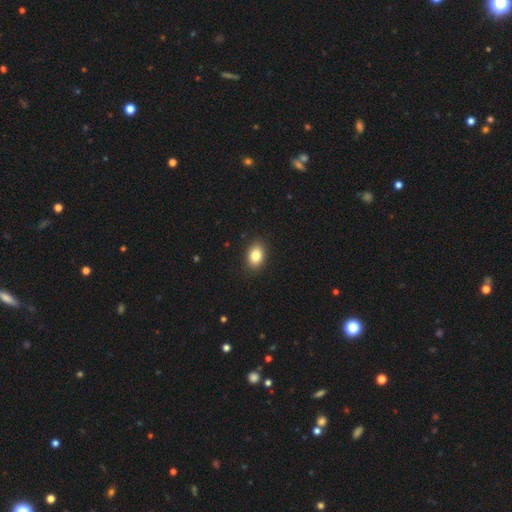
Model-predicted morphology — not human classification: Smooth or featured?
  - smooth: 83% *
  - star or artifact: 9%
  - featured or disk: 7%
How rounded?
  - in between: 74% *
  - round: 24%
  - cigar-shaped: 1%
Merging?
  - none: 90% *
  - minor disturbance: 7%
  - major disturbance: 2%
  - merger: 1%